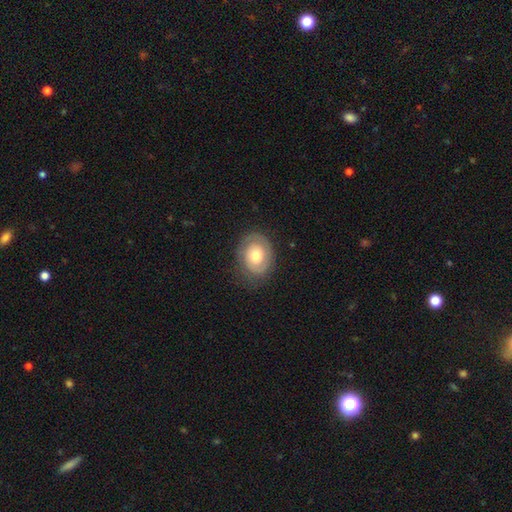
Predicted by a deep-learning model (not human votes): The model was most divided on "smooth or featured": featured or disk: 55%, smooth: 38%, star or artifact: 7%. More confident: edge-on disk — no (96%); bar — no (80%); merging — none (77%); spiral arms — yes (72%); bulge size — moderate (63%).